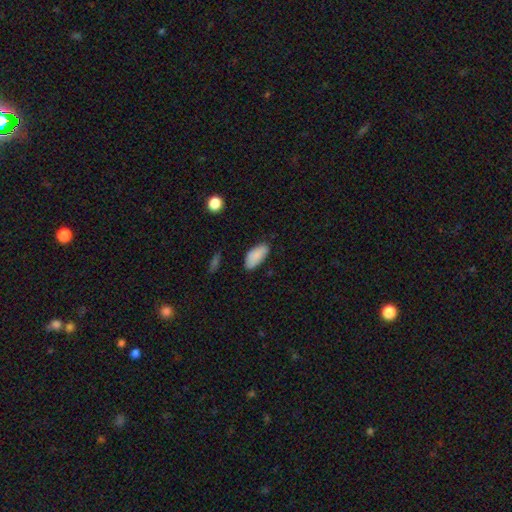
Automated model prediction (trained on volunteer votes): Smooth or featured? Predicted: smooth (p=0.87). How rounded? Predicted: in between (p=0.91). Merging? Predicted: none (p=0.81).